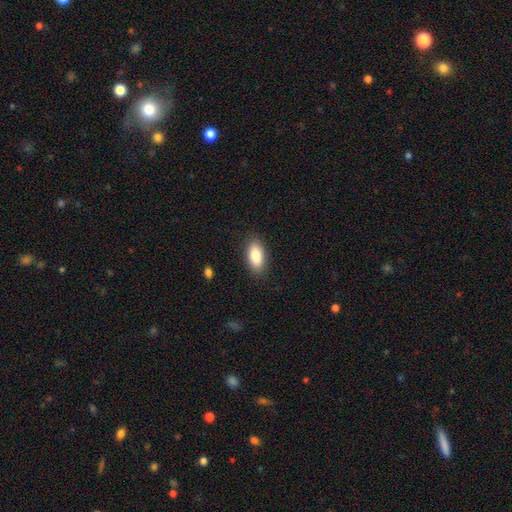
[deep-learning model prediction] smooth_or_featured: smooth (p=0.85) [alt: featured or disk p=0.08]
how_rounded: in between (p=0.91) [alt: cigar-shaped p=0.06]
merging: none (p=0.87) [alt: minor disturbance p=0.09]